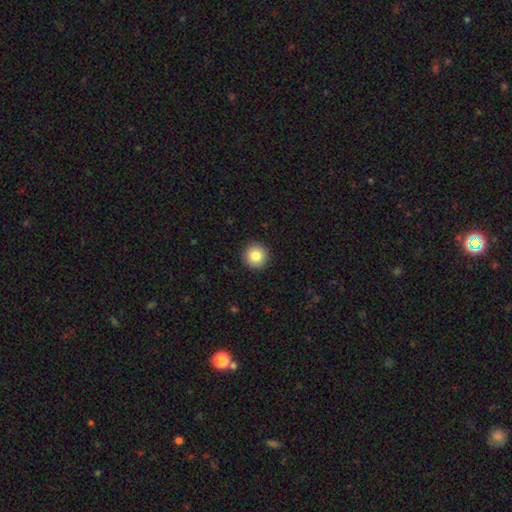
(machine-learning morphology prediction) A smooth galaxy with no disk features (83%) that is round (96%).

Vote fractions:
- Smooth or featured? smooth: 83% / star or artifact: 9% / featured or disk: 7%
- How rounded? round: 96% / in between: 3% / cigar-shaped: 1%
- Merging? none: 93% / minor disturbance: 5% / major disturbance: 2% / merger: 1%